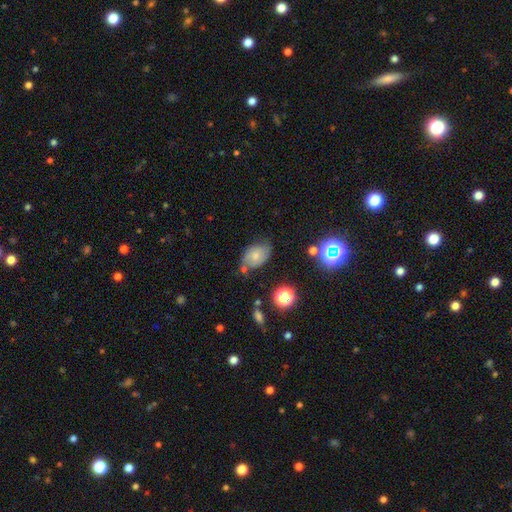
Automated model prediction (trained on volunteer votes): smooth-or-featured: smooth: 61% | featured or disk: 26% | star or artifact: 13%
  how-rounded: in between: 84% | round: 15% | cigar-shaped: 1%
  merging: none: 58% | minor disturbance: 27% | merger: 8% | major disturbance: 8%